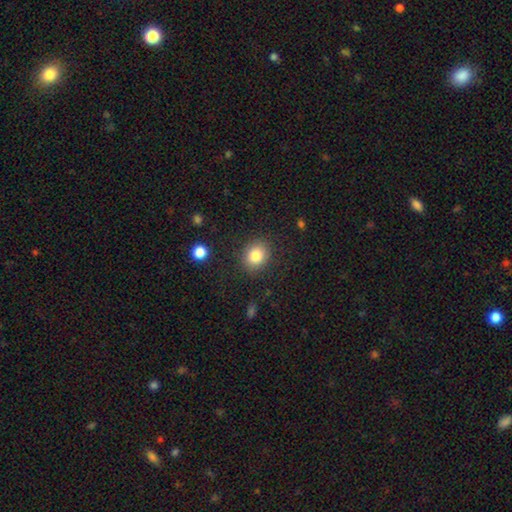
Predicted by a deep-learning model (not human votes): Smooth or featured: smooth — 83% (star or artifact — 10%)
How rounded: round — 64% (in between — 35%)
Merging: none — 86% (minor disturbance — 9%)